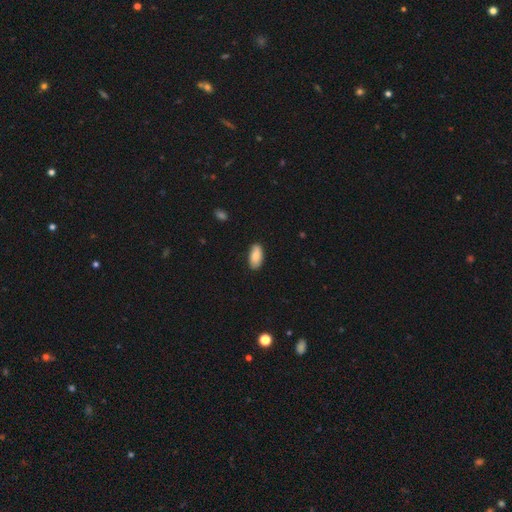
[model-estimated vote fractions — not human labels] Overall: smooth (87%). How rounded: in between (92%). Merging: none (83%).